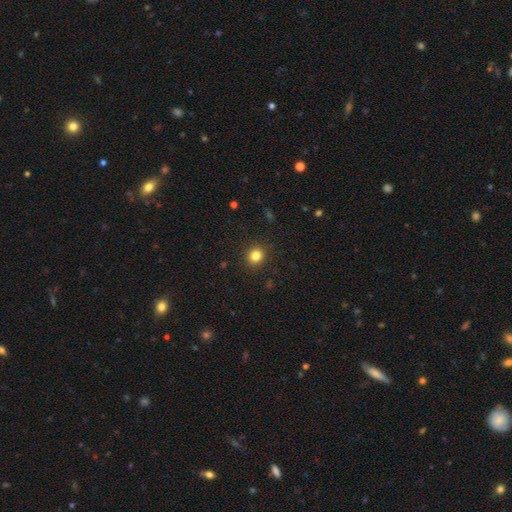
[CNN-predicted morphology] Smooth or featured: smooth — 82% (star or artifact — 12%)
How rounded: round — 82% (in between — 18%)
Merging: none — 90% (minor disturbance — 7%)